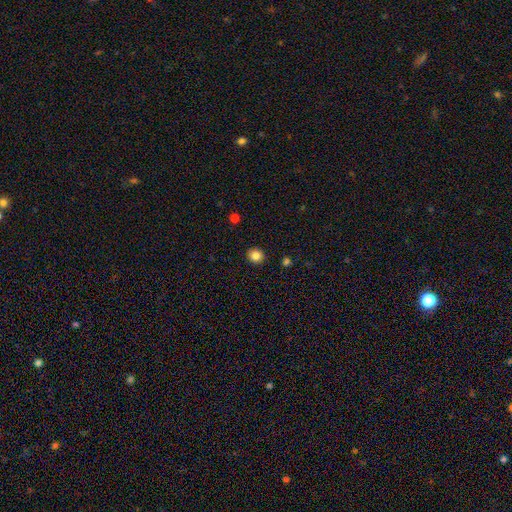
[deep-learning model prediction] This appears to be a smooth galaxy with no disk features (84%) that is round (87%). Merging: none (92%).